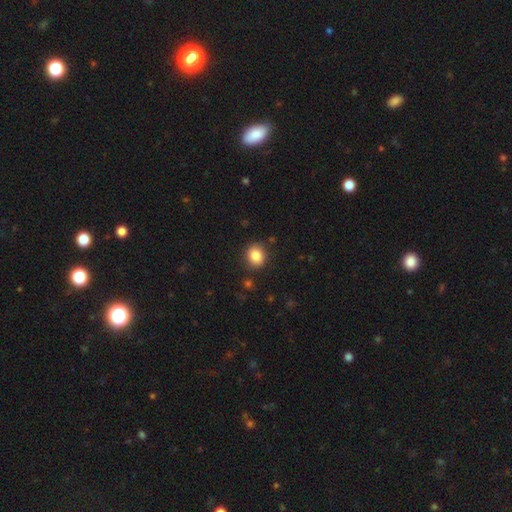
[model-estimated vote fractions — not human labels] Q: Smooth or featured?
A: smooth (85%); runner-up: star or artifact (9%)
Q: How rounded?
A: round (68%); runner-up: in between (31%)
Q: Merging?
A: none (87%); runner-up: minor disturbance (9%)